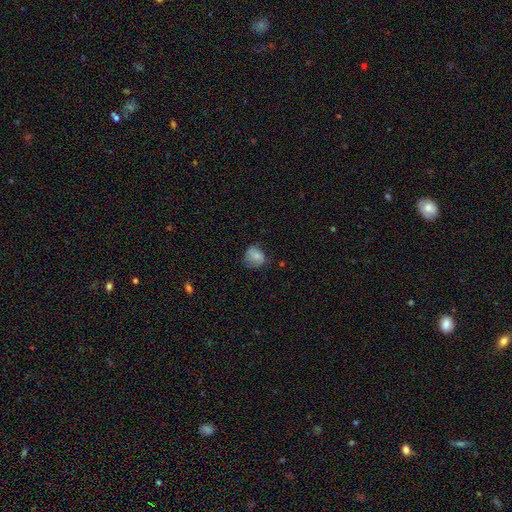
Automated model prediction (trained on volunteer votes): Q: Smooth or featured?
A: smooth (72%); runner-up: featured or disk (19%)
Q: How rounded?
A: round (63%); runner-up: in between (36%)
Q: Merging?
A: none (54%); runner-up: minor disturbance (32%)